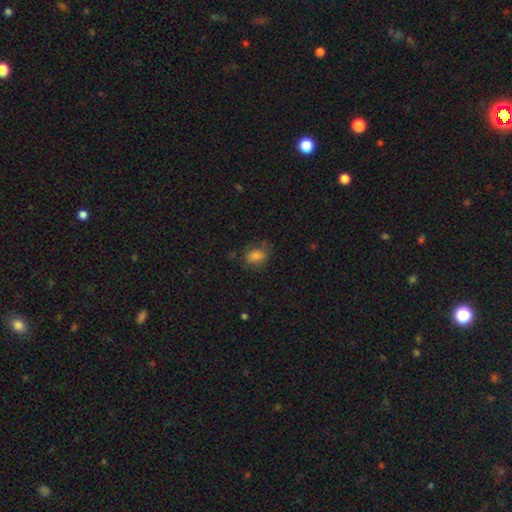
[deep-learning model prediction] This appears to be a smooth galaxy with no disk features (78%) that is in between round and cigar-shaped (60%). Merging: none (66%).